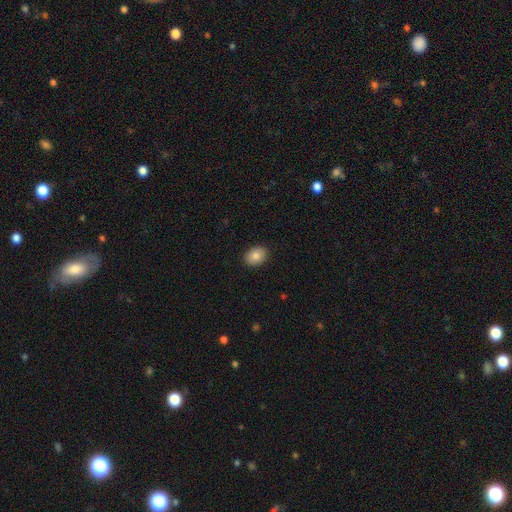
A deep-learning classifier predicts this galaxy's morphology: type=smooth (86%); roundness=in between (73%); merging=none (89%).